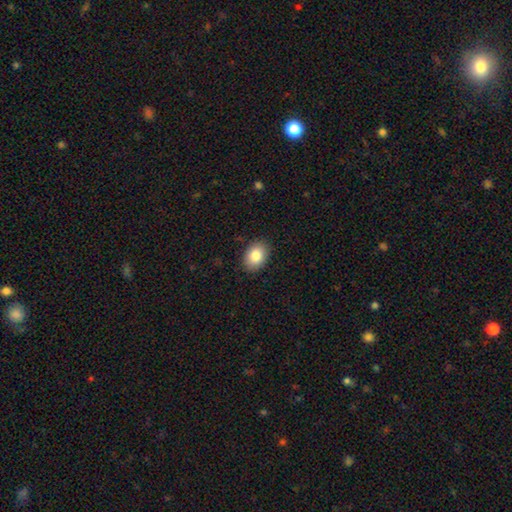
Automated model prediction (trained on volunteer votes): Smooth or featured: smooth — 84% (star or artifact — 8%)
How rounded: in between — 80% (round — 19%)
Merging: none — 87% (minor disturbance — 10%)